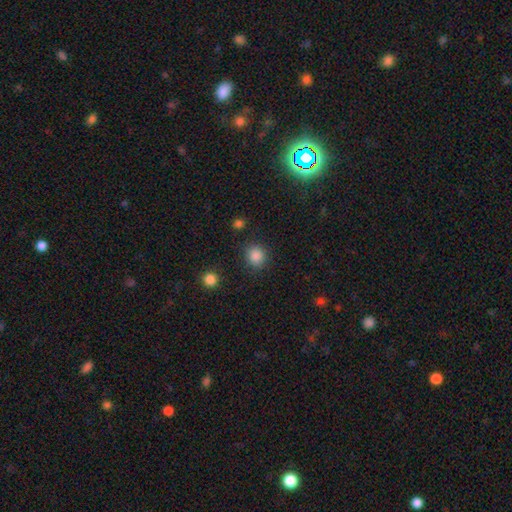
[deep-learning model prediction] A smooth galaxy with no disk features (86%) that is round (85%).

Vote fractions:
- Smooth or featured? smooth: 86% / star or artifact: 11% / featured or disk: 3%
- How rounded? round: 85% / in between: 14% / cigar-shaped: 1%
- Merging? none: 86% / minor disturbance: 9% / major disturbance: 3% / merger: 2%